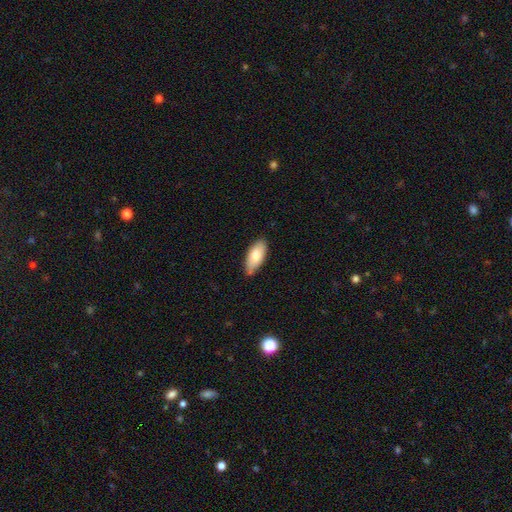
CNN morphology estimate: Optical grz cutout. It shows a smooth galaxy with no disk features (82%) that is in between round and cigar-shaped (85%). Merging: none (76%).